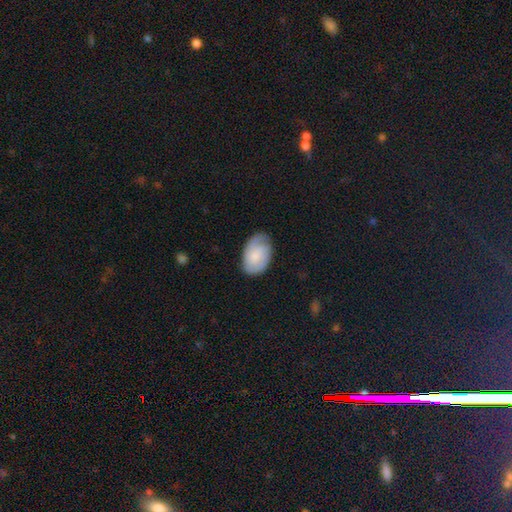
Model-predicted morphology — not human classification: smooth 56%, featured or disk 38%, star or artifact 6%. Down the decision tree: how rounded — in between (89%); merging — none (69%).